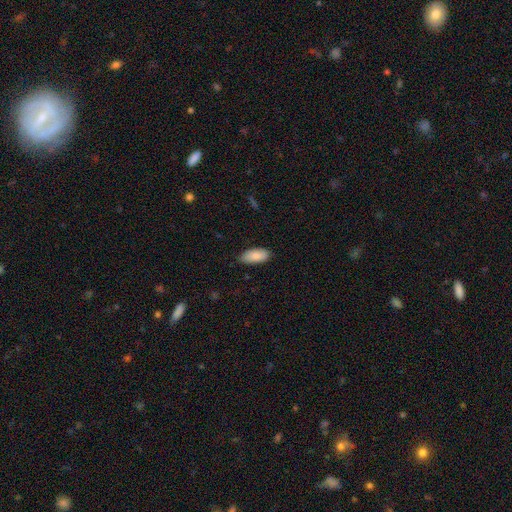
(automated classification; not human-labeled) Smooth or featured? Predicted: smooth (p=0.87). How rounded? Predicted: in between (p=0.89). Merging? Predicted: none (p=0.80).